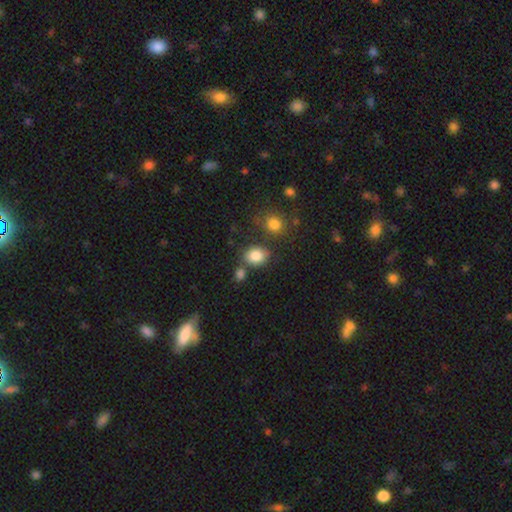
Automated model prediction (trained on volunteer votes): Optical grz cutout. It shows a smooth galaxy with no disk features (84%) that is round (55%). Merging: none (68%).